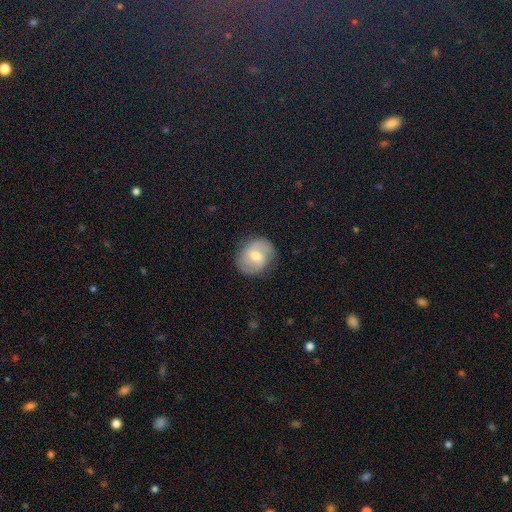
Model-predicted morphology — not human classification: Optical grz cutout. It shows a featured or disk galaxy (57%) with a weak bar (53%), spiral arms (84%) and a moderate central bulge (61%). Merging: none (80%).